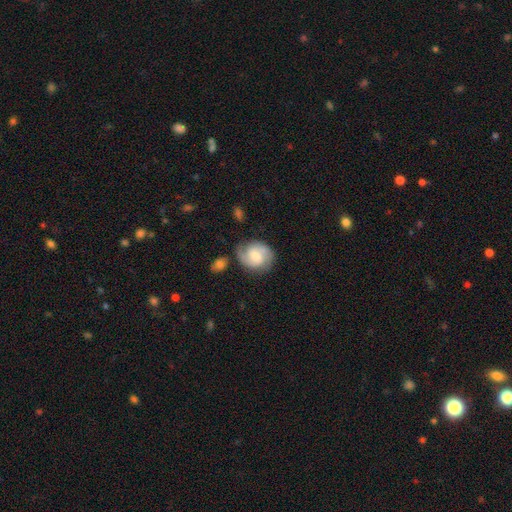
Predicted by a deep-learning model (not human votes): featured or disk 70%, smooth 24%, star or artifact 6%. Down the decision tree: edge-on disk — no (98%); bar — no (50%); spiral arms — yes (94%); spiral arm count — 2 (82%); spiral winding — medium (48%); bulge size — moderate (45%); merging — none (70%).